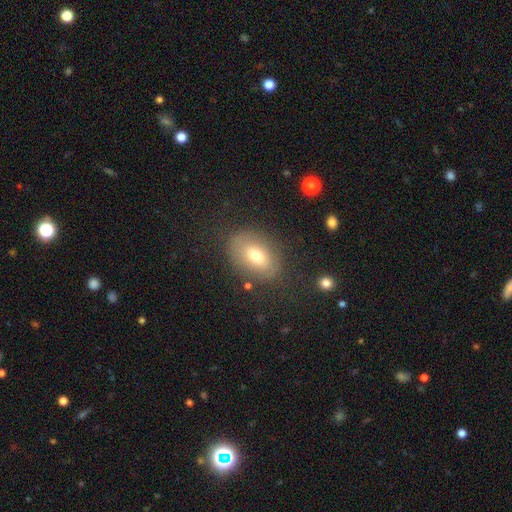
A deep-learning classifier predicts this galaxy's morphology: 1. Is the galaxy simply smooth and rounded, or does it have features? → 67% smooth, 22% featured or disk, 10% star or artifact.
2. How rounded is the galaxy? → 84% in between, 15% round, 2% cigar-shaped.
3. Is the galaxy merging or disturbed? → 79% none, 13% minor disturbance, 6% major disturbance, 2% merger.